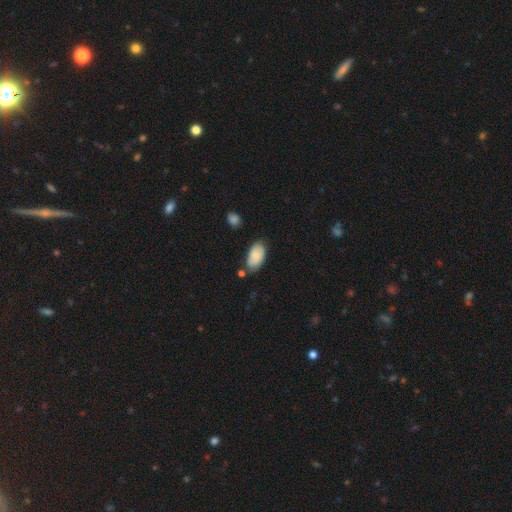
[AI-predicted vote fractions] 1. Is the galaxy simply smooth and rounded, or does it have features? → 79% smooth, 14% featured or disk, 7% star or artifact.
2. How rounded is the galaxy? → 94% in between, 3% round, 2% cigar-shaped.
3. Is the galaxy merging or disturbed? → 62% none, 24% minor disturbance, 9% merger, 5% major disturbance.